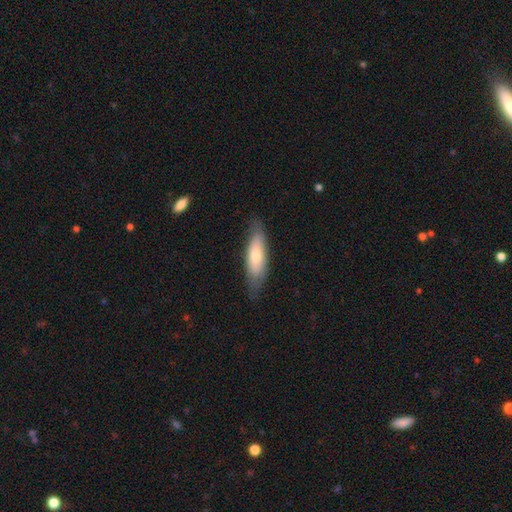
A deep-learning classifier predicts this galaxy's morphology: Smooth or featured: smooth — 67% (featured or disk — 28%)
How rounded: in between — 54% (cigar-shaped — 44%)
Merging: none — 73% (minor disturbance — 21%)